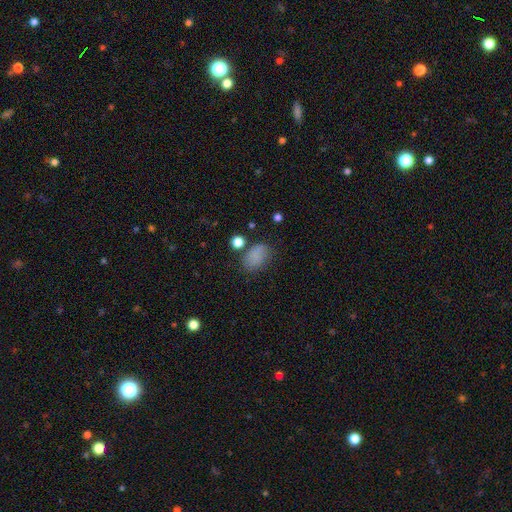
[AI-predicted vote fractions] Overall: smooth (80%). How rounded: in between (81%). Merging: none (65%).